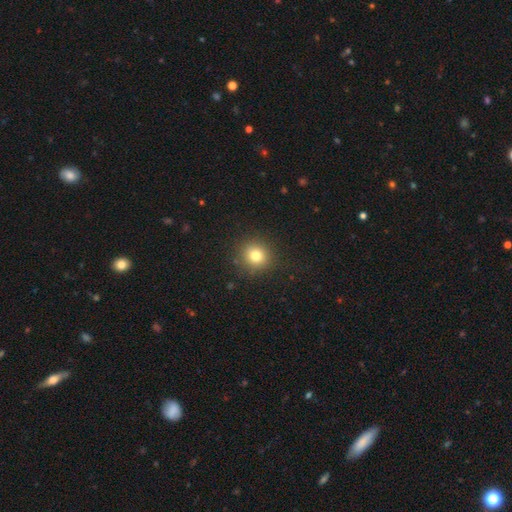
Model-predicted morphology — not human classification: Smooth or featured: smooth — 79% (star or artifact — 14%)
How rounded: round — 92% (in between — 7%)
Merging: none — 90% (minor disturbance — 6%)